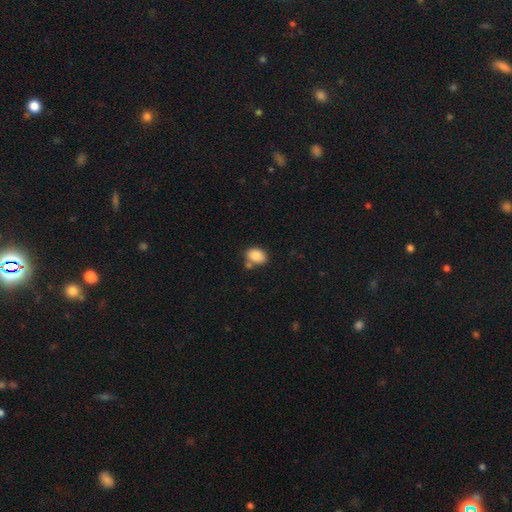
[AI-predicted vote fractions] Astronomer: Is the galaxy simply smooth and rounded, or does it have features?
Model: smooth — 86%.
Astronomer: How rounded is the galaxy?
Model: in between — 75%.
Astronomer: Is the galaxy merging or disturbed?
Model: none — 65%.